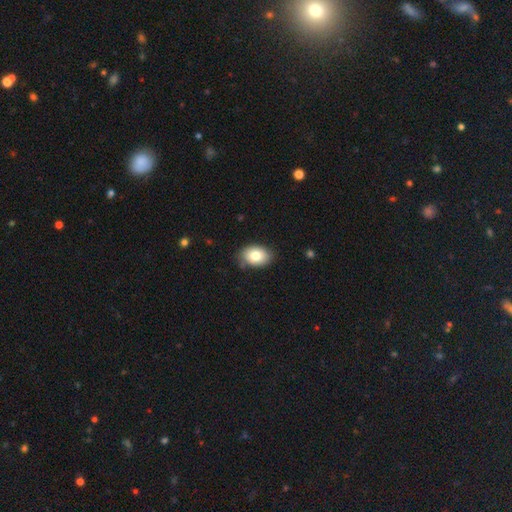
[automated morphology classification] Overall: smooth (79%). How rounded: in between (80%). Merging: none (78%).